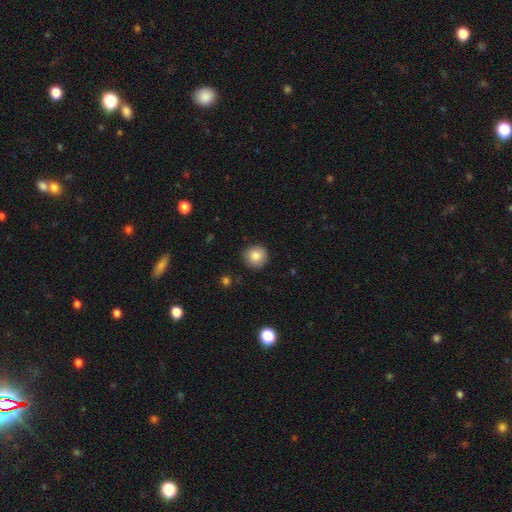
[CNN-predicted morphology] This is clearly a smooth galaxy (85%). How rounded: clearly round (94%). Merging: clearly none (90%).